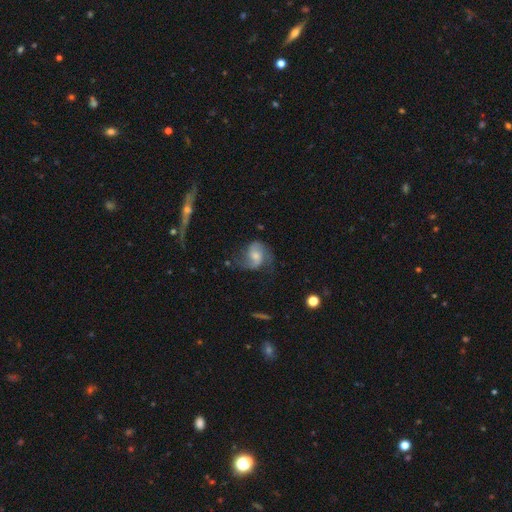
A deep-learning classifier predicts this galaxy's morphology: featured or disk 70%, smooth 23%, star or artifact 7%. Down the decision tree: edge-on disk — no (97%); bar — no (51%); spiral arms — yes (92%); spiral arm count — 2 (82%); spiral winding — medium (45%); bulge size — moderate (49%); merging — none (55%).